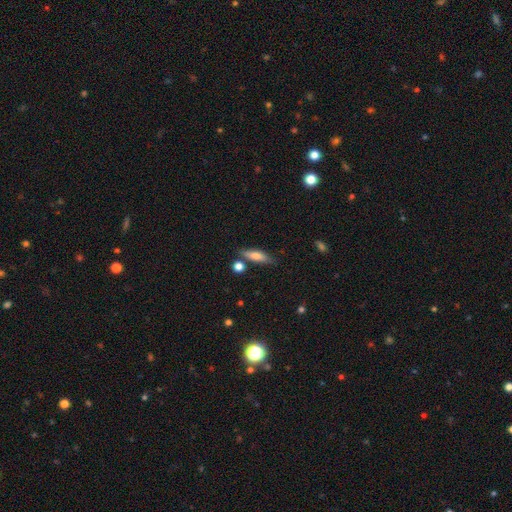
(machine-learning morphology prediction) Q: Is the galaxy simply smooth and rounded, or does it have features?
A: smooth — 67%.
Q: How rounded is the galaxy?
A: cigar-shaped — 60%.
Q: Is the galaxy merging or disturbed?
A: none — 74%.